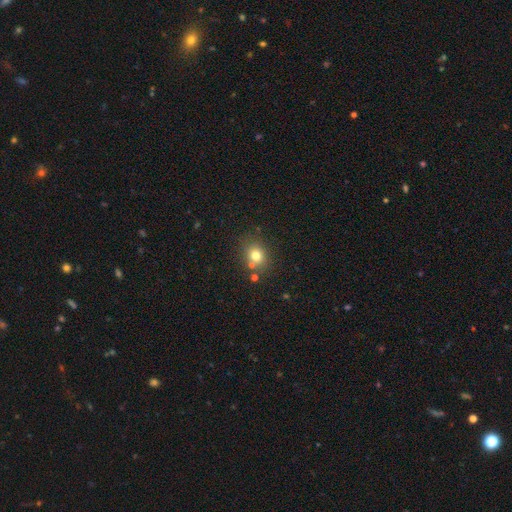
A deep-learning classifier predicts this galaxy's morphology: A smooth galaxy with no disk features (75%) that is round (69%). Merging: none (73%).